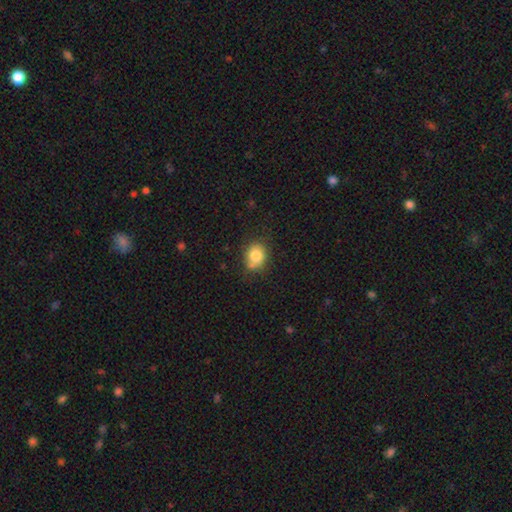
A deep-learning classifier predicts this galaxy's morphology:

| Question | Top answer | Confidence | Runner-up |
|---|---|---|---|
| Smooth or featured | smooth | 81% | star or artifact (10%) |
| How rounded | round | 58% | in between (41%) |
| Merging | none | 65% | minor disturbance (21%) |